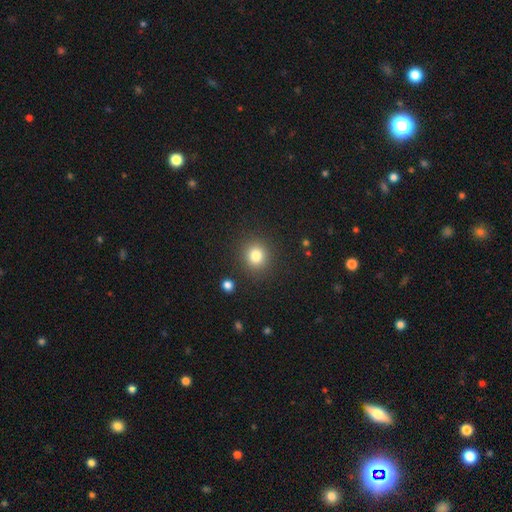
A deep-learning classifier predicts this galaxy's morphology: Smooth or featured?
  - smooth: 81% *
  - star or artifact: 12%
  - featured or disk: 7%
How rounded?
  - round: 86% *
  - in between: 13%
  - cigar-shaped: 1%
Merging?
  - none: 89% *
  - minor disturbance: 7%
  - major disturbance: 3%
  - merger: 2%